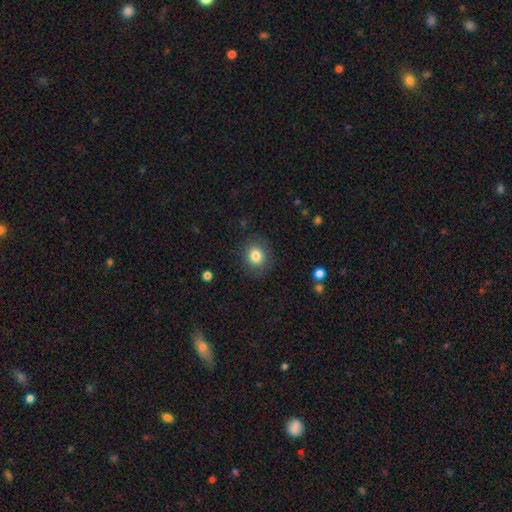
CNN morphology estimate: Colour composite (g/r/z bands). It shows a smooth galaxy with no disk features (82%) that is round (74%). Merging: none (85%).